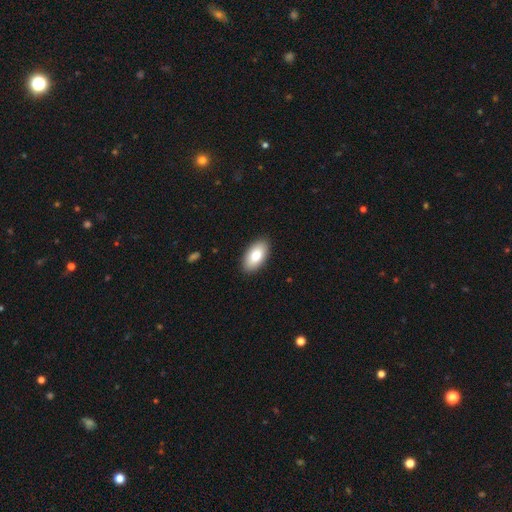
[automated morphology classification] Q: Smooth or featured?
A: smooth (79%); runner-up: featured or disk (14%)
Q: How rounded?
A: in between (94%); runner-up: cigar-shaped (3%)
Q: Merging?
A: none (90%); runner-up: minor disturbance (7%)